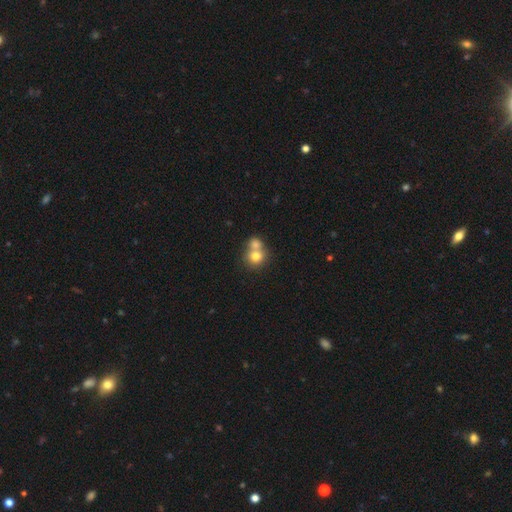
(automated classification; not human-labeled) The model was most divided on "merging": merger: 57%, none: 34%, minor disturbance: 6%, major disturbance: 3%. More confident: how rounded — round (80%); smooth or featured — smooth (76%).